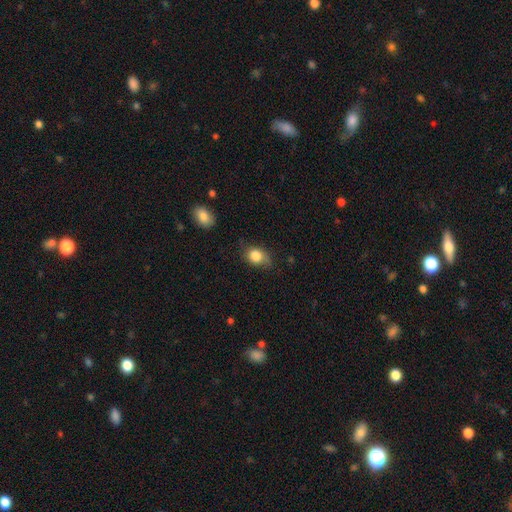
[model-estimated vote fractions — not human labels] A smooth galaxy with no disk features (81%) that is in between round and cigar-shaped (59%).

Vote fractions:
- Smooth or featured? smooth: 81% / featured or disk: 10% / star or artifact: 9%
- How rounded? in between: 59% / round: 39% / cigar-shaped: 2%
- Merging? none: 57% / minor disturbance: 32% / major disturbance: 9% / merger: 2%